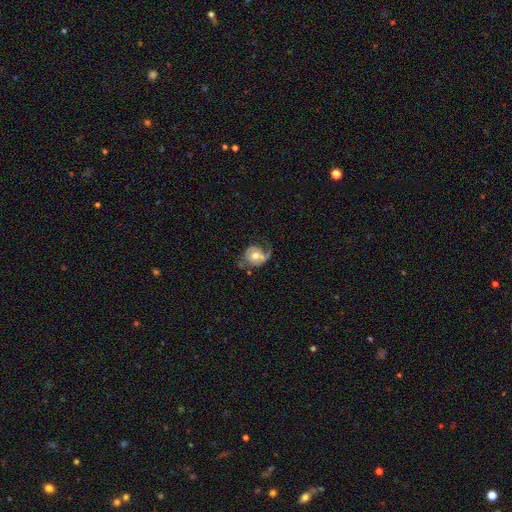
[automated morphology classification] Smooth or featured? featured or disk (63%)
Edge-on disk? no (97%)
Bar? no (67%)
Spiral arms? yes (75%)
Bulge size? moderate (70%)
Merging? none (41%)